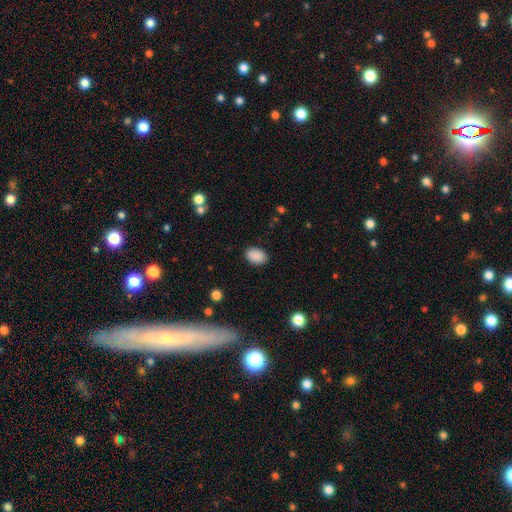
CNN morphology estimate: smooth 90%, star or artifact 8%, featured or disk 3%. Down the decision tree: how rounded — in between (86%); merging — none (88%).